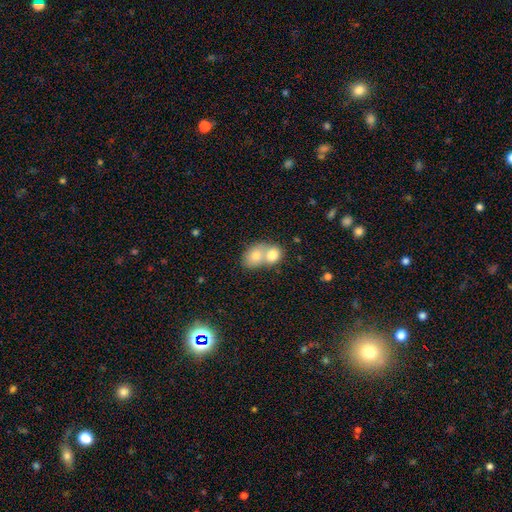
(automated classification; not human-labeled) This appears to be a smooth galaxy with no disk features (75%) that is in between round and cigar-shaped (58%). Merging: merger (72%).